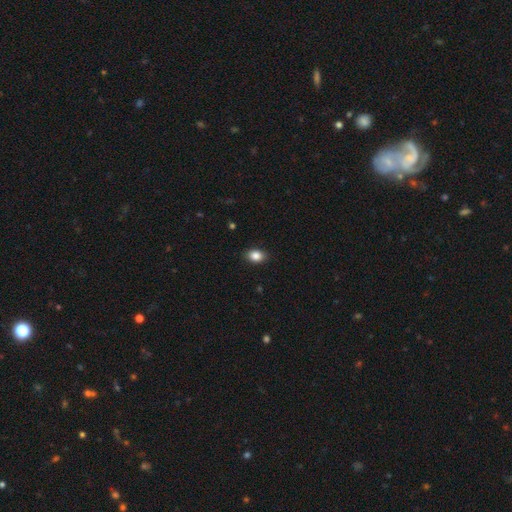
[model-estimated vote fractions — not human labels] smooth-or-featured: smooth: 86% | star or artifact: 9% | featured or disk: 5%
  how-rounded: in between: 72% | round: 27% | cigar-shaped: 1%
  merging: none: 88% | minor disturbance: 9% | major disturbance: 2% | merger: 1%